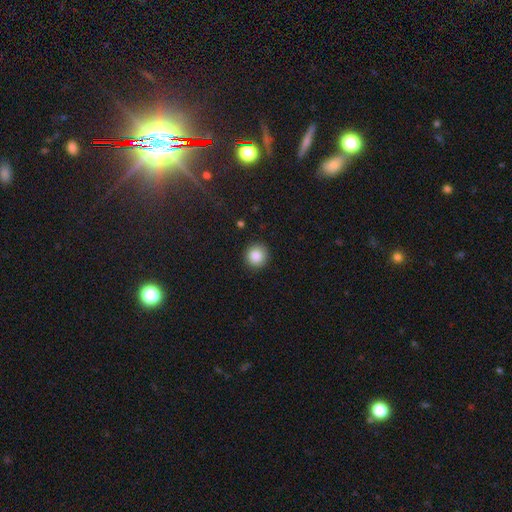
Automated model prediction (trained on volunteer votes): A smooth galaxy with no disk features (86%) that is round (93%).

Vote fractions:
- Smooth or featured? smooth: 86% / star or artifact: 9% / featured or disk: 5%
- How rounded? round: 93% / in between: 6% / cigar-shaped: 1%
- Merging? none: 91% / minor disturbance: 5% / major disturbance: 2% / merger: 1%